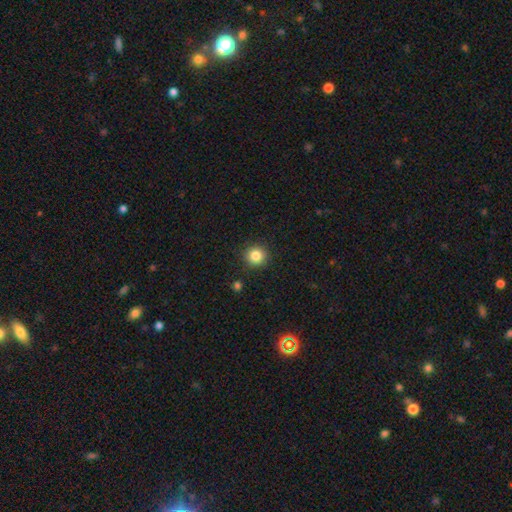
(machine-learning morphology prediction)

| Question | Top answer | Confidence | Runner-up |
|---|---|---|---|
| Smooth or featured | smooth | 84% | star or artifact (11%) |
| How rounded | round | 94% | in between (5%) |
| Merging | none | 91% | minor disturbance (6%) |